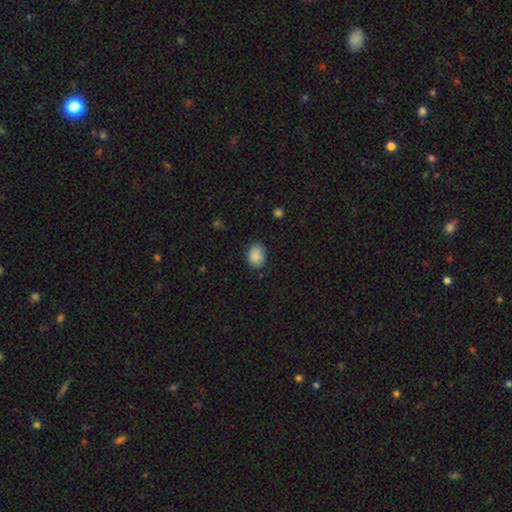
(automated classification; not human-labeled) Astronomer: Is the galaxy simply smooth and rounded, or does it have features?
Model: smooth — 88%.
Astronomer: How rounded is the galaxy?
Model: in between — 57% (runner-up: round, 43%).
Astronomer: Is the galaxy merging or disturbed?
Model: none — 80%.